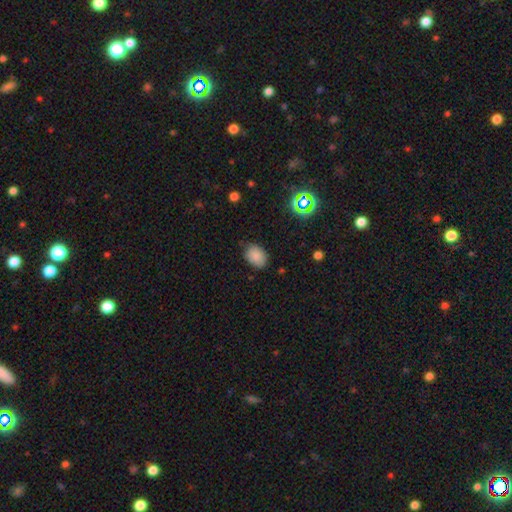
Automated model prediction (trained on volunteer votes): This appears to be a smooth galaxy with no disk features (83%) that is in between round and cigar-shaped (78%). Merging: none (79%).